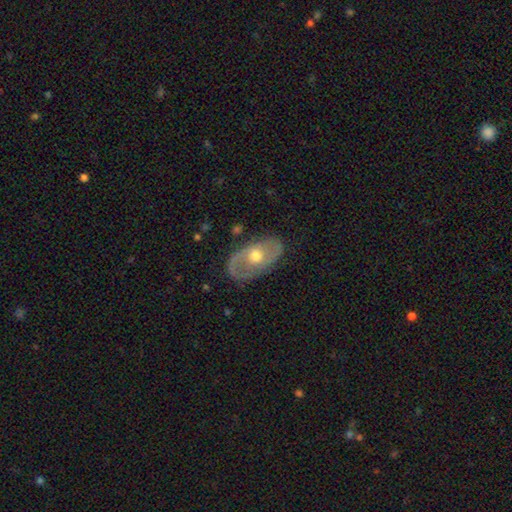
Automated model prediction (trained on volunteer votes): Q: Smooth or featured?
A: featured or disk (64%); runner-up: smooth (30%)
Q: Edge-on disk?
A: no (89%); runner-up: yes (11%)
Q: Bar?
A: no (80%); runner-up: weak (16%)
Q: Spiral arms?
A: yes (51%); runner-up: no (49%)
Q: Bulge size?
A: moderate (77%); runner-up: small (13%)
Q: Merging?
A: none (77%); runner-up: minor disturbance (16%)